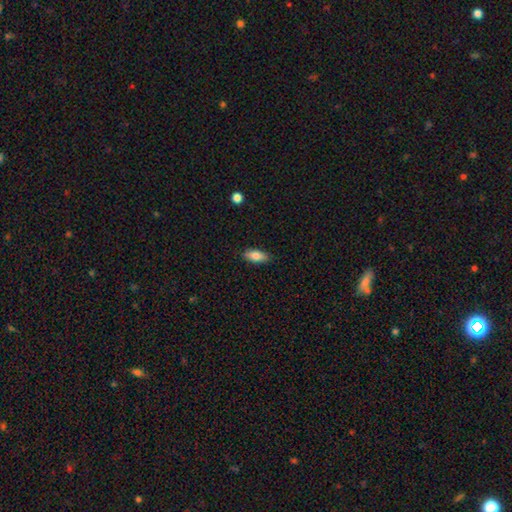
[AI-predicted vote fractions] smooth_or_featured: smooth (p=0.82) [alt: featured or disk p=0.11]
how_rounded: in between (p=0.82) [alt: cigar-shaped p=0.15]
merging: none (p=0.87) [alt: minor disturbance p=0.10]